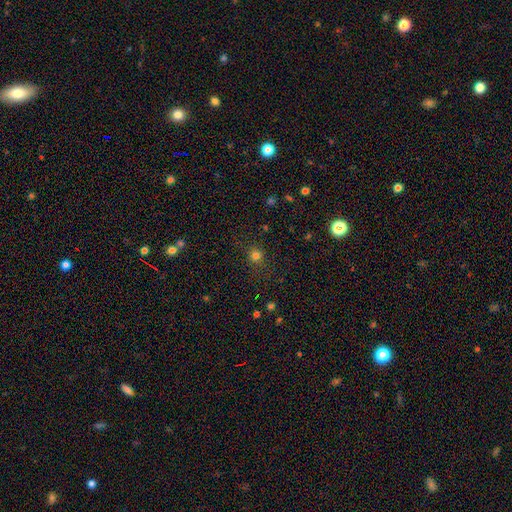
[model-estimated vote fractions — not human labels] smooth 76%, star or artifact 19%, featured or disk 5%. Down the decision tree: how rounded — round (91%); merging — none (86%).